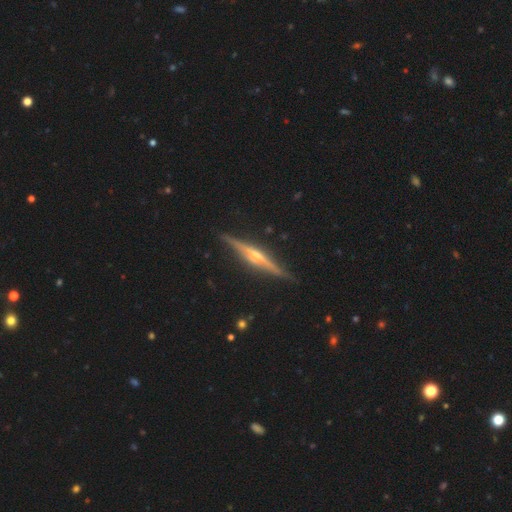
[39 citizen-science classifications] smooth-or-featured: featured or disk: 85% | smooth: 8% | star or artifact: 8%
  disk-edge-on: yes: 100% | no: 0%
    edge-on-bulge: rounded: 94% | boxy: 6% | none: 0%
  merging: none: 100% | minor disturbance: 0% | major disturbance: 0% | merger: 0%